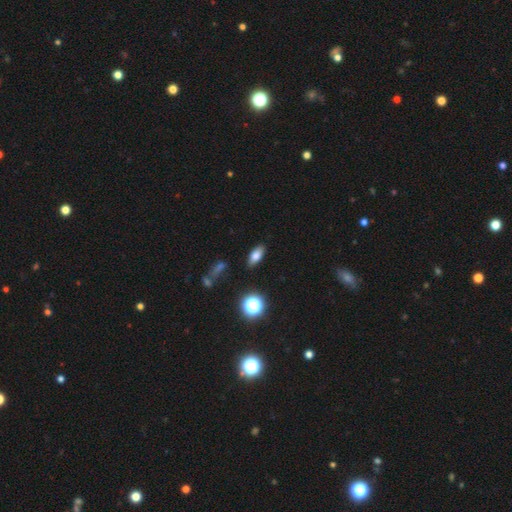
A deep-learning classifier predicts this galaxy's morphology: smooth_or_featured: smooth (p=0.75) [alt: star or artifact p=0.13]
how_rounded: in between (p=0.80) [alt: cigar-shaped p=0.13]
merging: none (p=0.87) [alt: minor disturbance p=0.08]